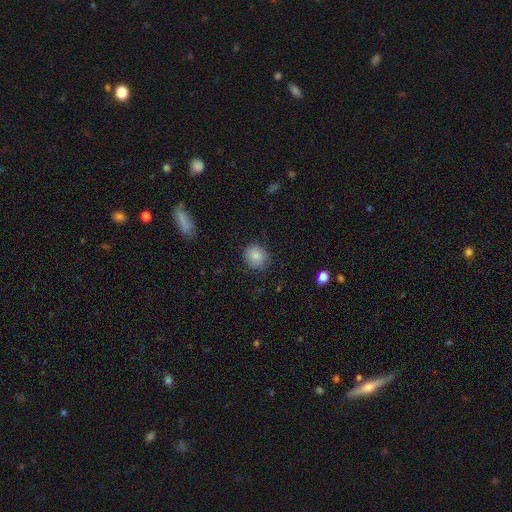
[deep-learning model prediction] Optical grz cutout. It shows a smooth galaxy with no disk features (86%) that is round (78%). Merging: none (85%).